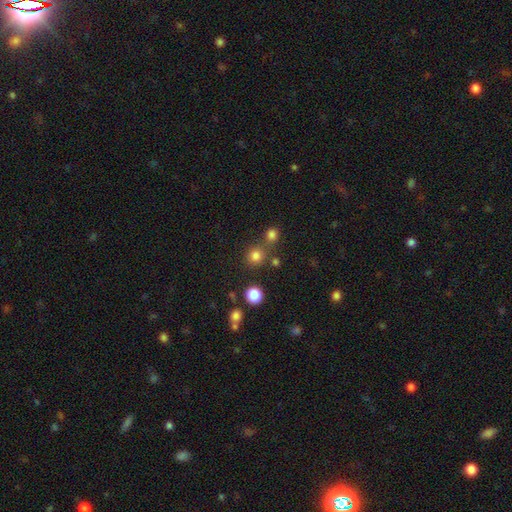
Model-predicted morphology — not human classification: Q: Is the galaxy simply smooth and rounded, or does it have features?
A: smooth — 78%.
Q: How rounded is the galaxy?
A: round — 91%.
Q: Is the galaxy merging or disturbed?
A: none — 71%.